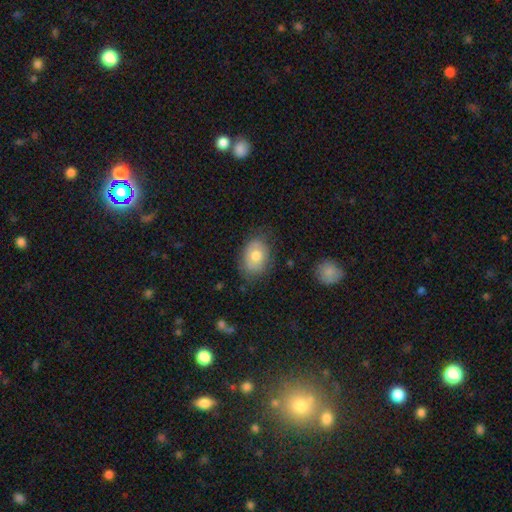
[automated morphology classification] A smooth galaxy with no disk features (64%) that is in between round and cigar-shaped (75%). Merging: none (72%).